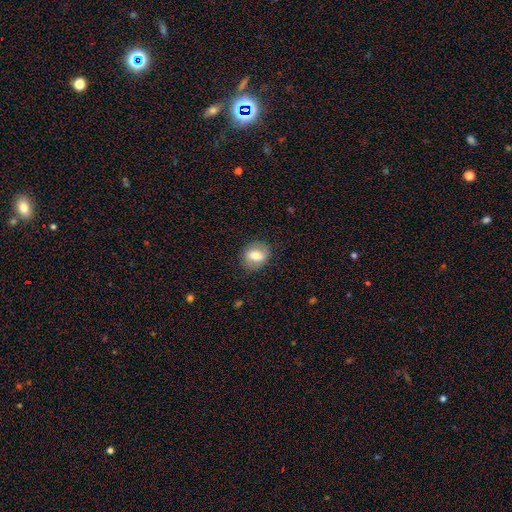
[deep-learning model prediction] smooth_or_featured: smooth (p=0.66) [alt: featured or disk p=0.26]
how_rounded: round (p=0.53) [alt: in between p=0.46]
merging: none (p=0.81) [alt: minor disturbance p=0.14]